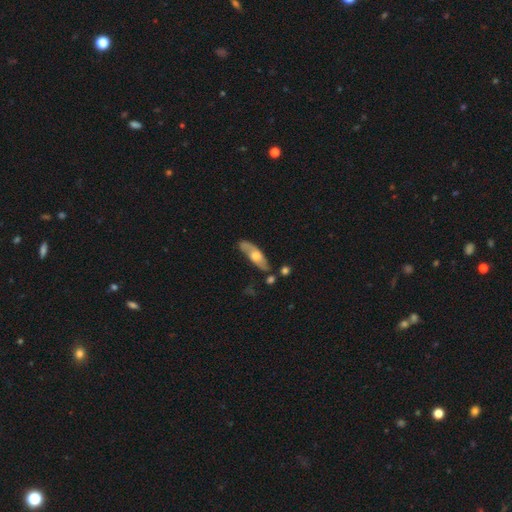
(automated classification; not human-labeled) Smooth or featured: featured or disk — 51% (smooth — 43%)
Edge-on disk: no — 58% (yes — 42%)
Merging: none — 67% (minor disturbance — 19%)